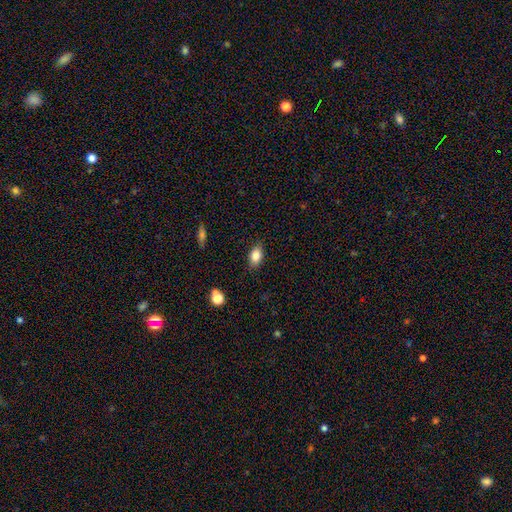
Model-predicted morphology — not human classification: Smooth or featured: smooth — 83% (star or artifact — 9%)
How rounded: in between — 87% (round — 10%)
Merging: none — 84% (minor disturbance — 12%)